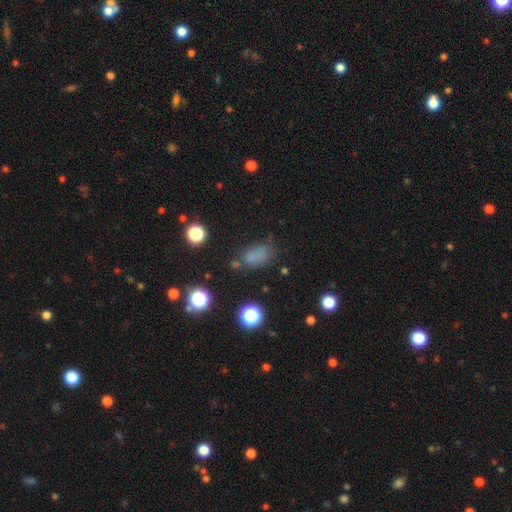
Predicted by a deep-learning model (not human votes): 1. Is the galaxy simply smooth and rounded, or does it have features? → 70% smooth, 21% star or artifact, 10% featured or disk.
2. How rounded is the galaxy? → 81% in between, 16% round, 3% cigar-shaped.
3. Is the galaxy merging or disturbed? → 57% none, 24% minor disturbance, 12% major disturbance, 8% merger.